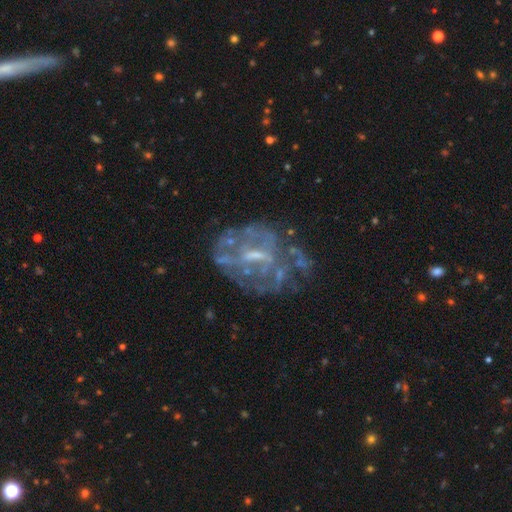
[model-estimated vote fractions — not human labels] Q: Smooth or featured?
A: featured or disk (75%); runner-up: smooth (13%)
Q: Edge-on disk?
A: no (97%); runner-up: yes (3%)
Q: Bar?
A: weak (44%); runner-up: no (42%)
Q: Spiral arms?
A: no (65%); runner-up: yes (35%)
Q: Bulge size?
A: small (47%); runner-up: moderate (29%)
Q: Merging?
A: none (51%); runner-up: major disturbance (23%)